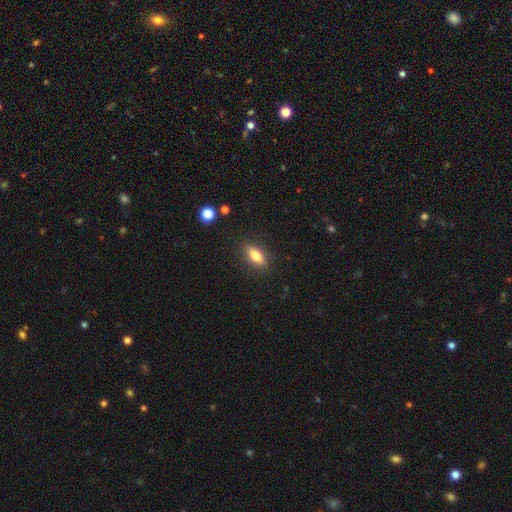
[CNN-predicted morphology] This appears to be a smooth galaxy with no disk features (74%) that is in between round and cigar-shaped (72%). Merging: none (87%).